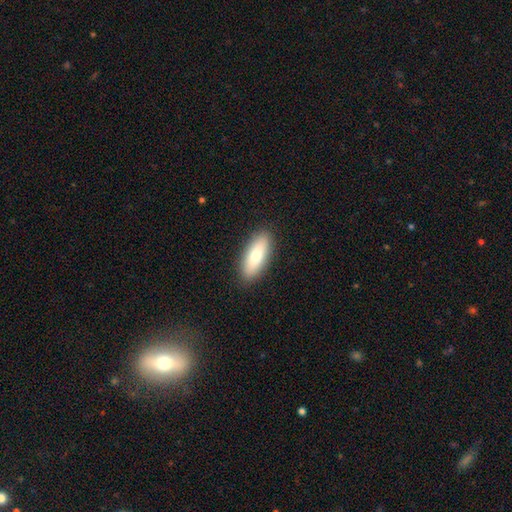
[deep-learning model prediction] smooth-or-featured: smooth: 74% | featured or disk: 20% | star or artifact: 6%
  how-rounded: in between: 70% | cigar-shaped: 28% | round: 2%
  merging: none: 89% | minor disturbance: 8% | major disturbance: 2% | merger: 1%